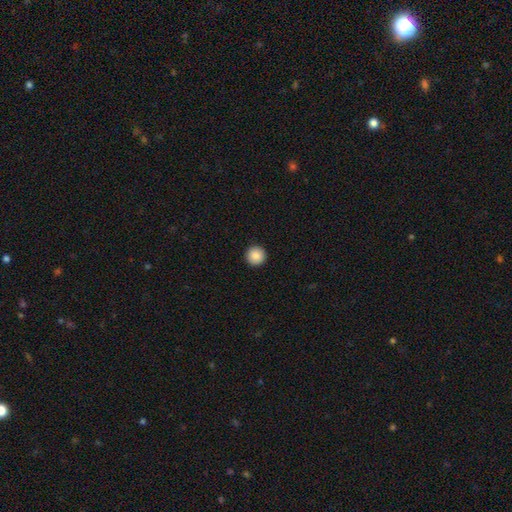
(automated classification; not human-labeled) smooth-or-featured: smooth: 88% | star or artifact: 8% | featured or disk: 4%
  how-rounded: round: 96% | in between: 3% | cigar-shaped: 1%
  merging: none: 94% | minor disturbance: 4% | major disturbance: 1% | merger: 1%